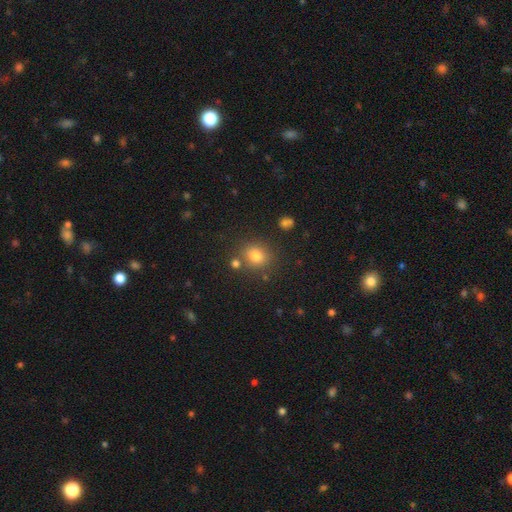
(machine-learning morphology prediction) Overall: smooth (76%). How rounded: round (77%). Merging: none (77%).